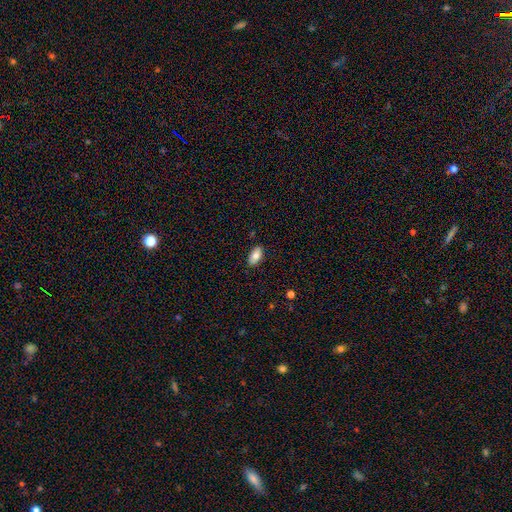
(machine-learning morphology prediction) A smooth galaxy with no disk features (78%) that is in between round and cigar-shaped (93%). Merging: none (88%).